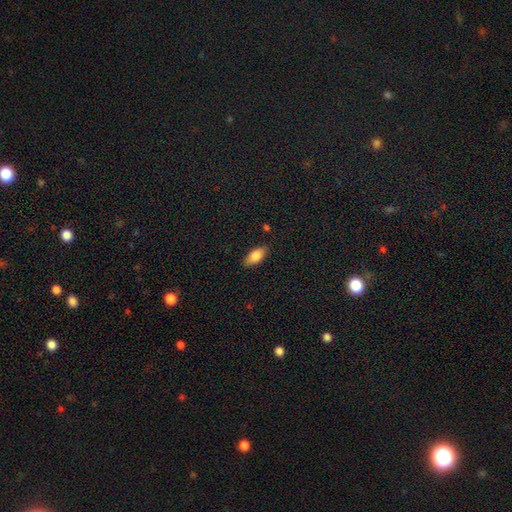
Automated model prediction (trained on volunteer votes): Q: Smooth or featured?
A: smooth (80%); runner-up: featured or disk (14%)
Q: How rounded?
A: in between (87%); runner-up: cigar-shaped (11%)
Q: Merging?
A: none (85%); runner-up: minor disturbance (11%)